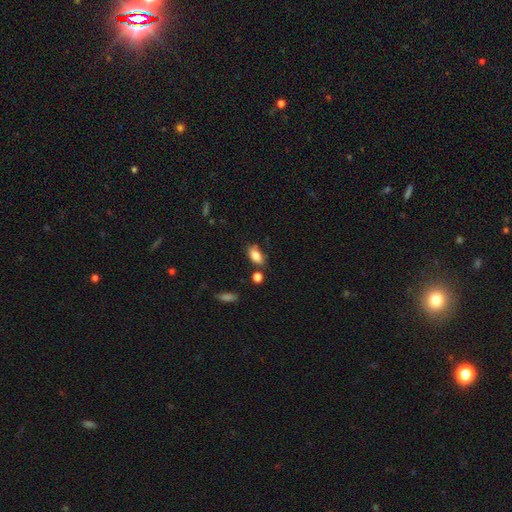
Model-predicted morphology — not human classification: A smooth galaxy with no disk features (81%) that is in between round and cigar-shaped (88%).

Vote fractions:
- Smooth or featured? smooth: 81% / featured or disk: 11% / star or artifact: 8%
- How rounded? in between: 88% / cigar-shaped: 7% / round: 5%
- Merging? none: 69% / minor disturbance: 19% / merger: 8% / major disturbance: 4%